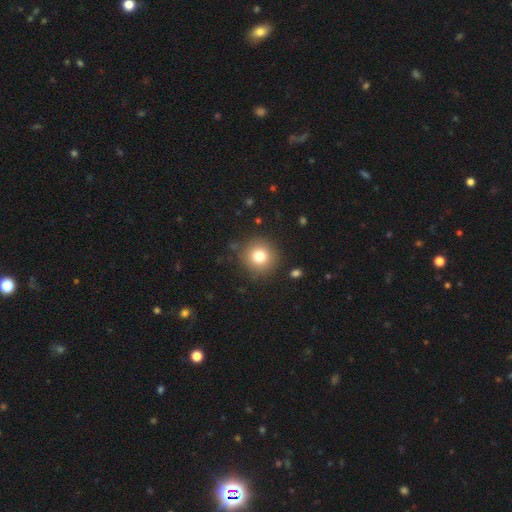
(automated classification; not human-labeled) This appears to be a smooth galaxy with no disk features (77%) that is round (94%). Merging: none (89%).